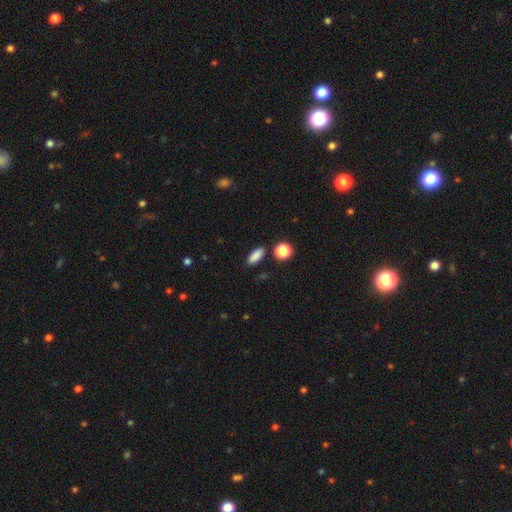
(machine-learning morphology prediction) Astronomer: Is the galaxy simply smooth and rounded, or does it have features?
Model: smooth — 87%.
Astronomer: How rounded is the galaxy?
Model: in between — 70%.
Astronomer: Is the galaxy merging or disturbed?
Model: none — 86%.